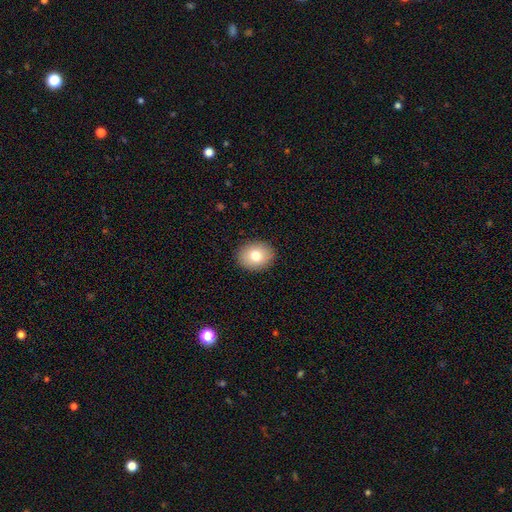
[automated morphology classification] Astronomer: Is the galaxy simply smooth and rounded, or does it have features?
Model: smooth — 77%.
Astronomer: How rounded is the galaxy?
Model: round — 55% (runner-up: in between, 45%).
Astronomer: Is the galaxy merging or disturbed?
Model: none — 90%.